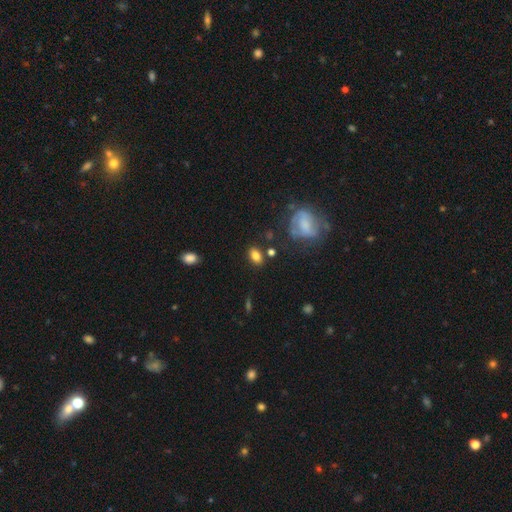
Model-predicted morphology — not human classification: Q: Smooth or featured?
A: smooth (80%); runner-up: featured or disk (10%)
Q: How rounded?
A: in between (82%); runner-up: round (16%)
Q: Merging?
A: none (79%); runner-up: minor disturbance (13%)